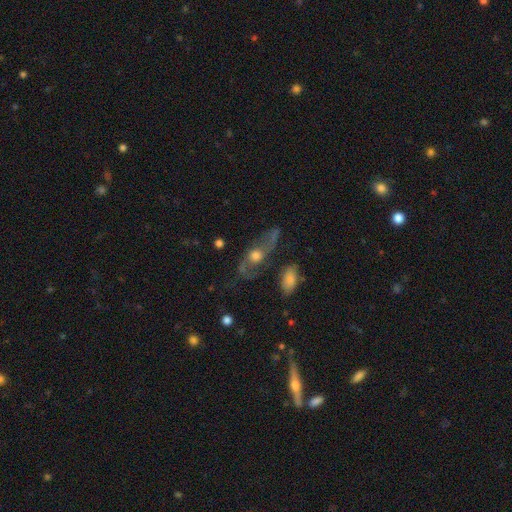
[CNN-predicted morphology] Overall: featured or disk (63%; smooth 26%). Edge-on disk: no (80%). Bar: no (76%). Spiral arms: yes (72%). Bulge size: moderate (52%; large 28%). Merging: none (50%; major disturbance 21%).